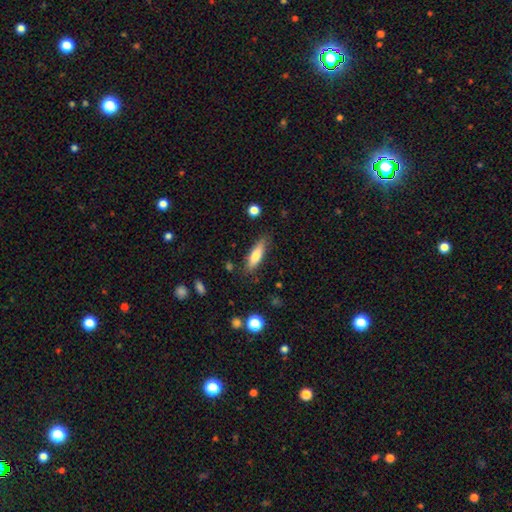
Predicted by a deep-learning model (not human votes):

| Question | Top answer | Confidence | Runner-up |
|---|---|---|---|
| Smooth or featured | smooth | 72% | featured or disk (21%) |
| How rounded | cigar-shaped | 58% | in between (40%) |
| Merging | none | 80% | minor disturbance (15%) |